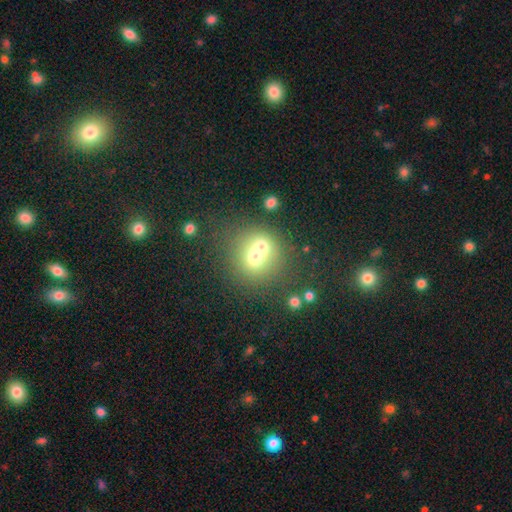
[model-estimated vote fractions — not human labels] The model was most divided on "merging": merger: 49%, none: 39%, minor disturbance: 7%, major disturbance: 4%. More confident: how rounded — round (83%); smooth or featured — smooth (64%).